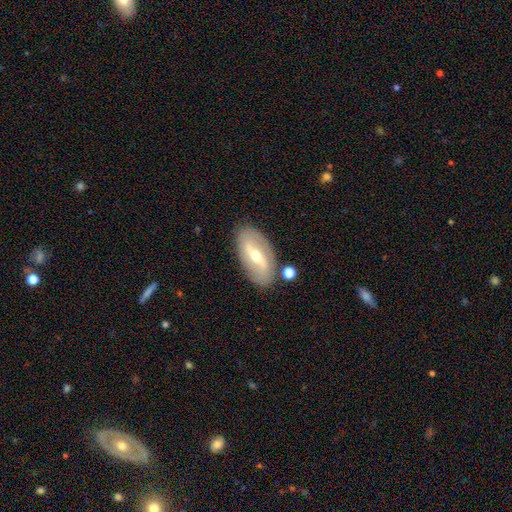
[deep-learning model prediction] smooth_or_featured: featured or disk (p=0.68) [alt: smooth p=0.26]
disk_edge_on: no (p=0.88) [alt: yes p=0.12]
bar: strong (p=0.48) [alt: weak p=0.37]
has_spiral_arms: yes (p=0.62) [alt: no p=0.38]
bulge_size: moderate (p=0.59) [alt: small p=0.35]
merging: none (p=0.83) [alt: minor disturbance p=0.11]